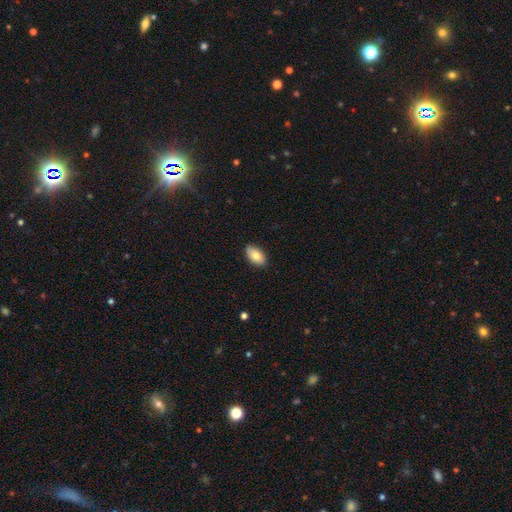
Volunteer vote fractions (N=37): Morphology: type=smooth (86%); roundness=in between (97%); merging=none (89%).